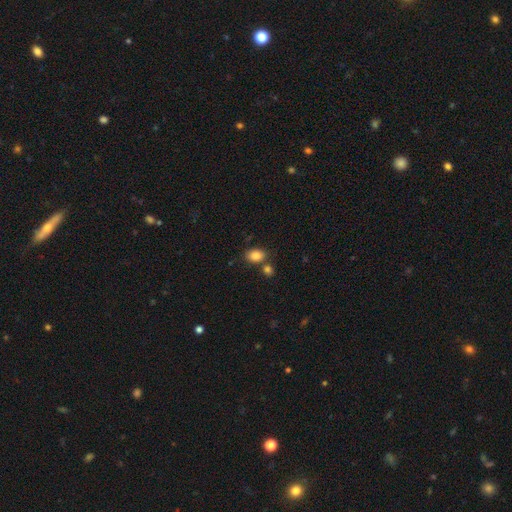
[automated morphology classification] smooth_or_featured: smooth (p=0.85) [alt: star or artifact p=0.09]
how_rounded: in between (p=0.77) [alt: round p=0.22]
merging: none (p=0.67) [alt: merger p=0.17]